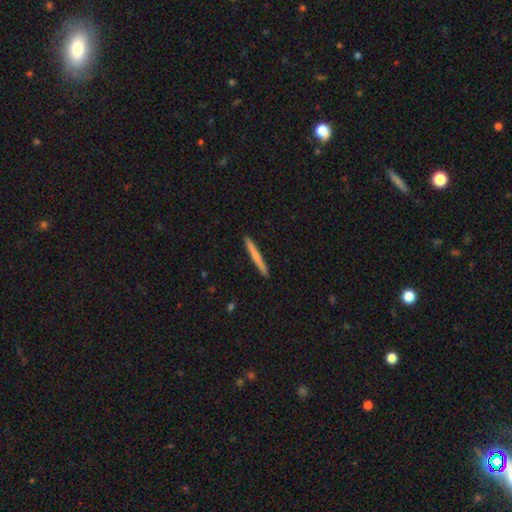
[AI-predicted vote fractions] Overall: smooth (66%; featured or disk 29%). How rounded: cigar-shaped (97%). Merging: none (93%).